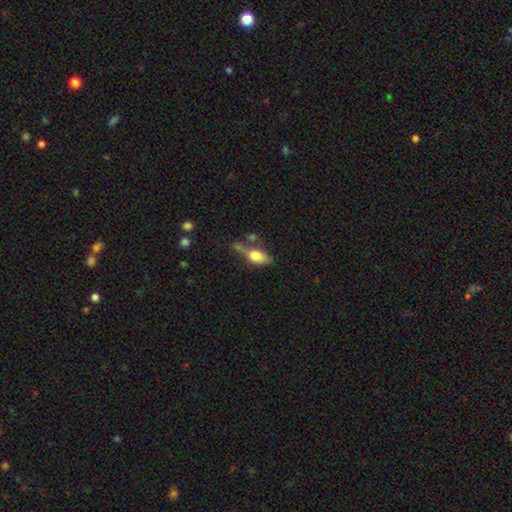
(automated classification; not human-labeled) Morphology: type=smooth (68%); roundness=in between (82%); merging=none (35%).